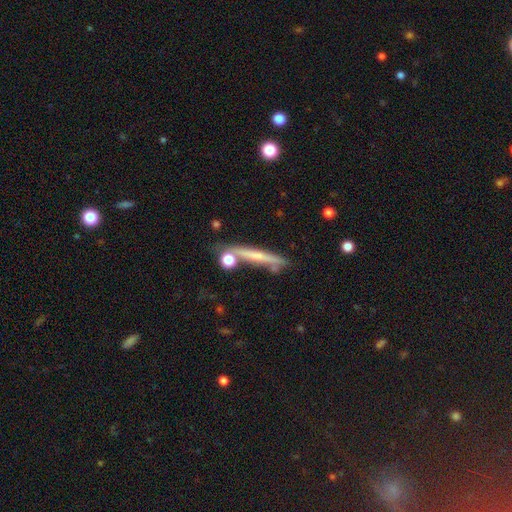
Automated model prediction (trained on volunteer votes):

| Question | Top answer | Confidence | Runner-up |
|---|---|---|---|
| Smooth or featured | featured or disk | 48% | smooth (44%) |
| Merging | none | 75% | minor disturbance (13%) |